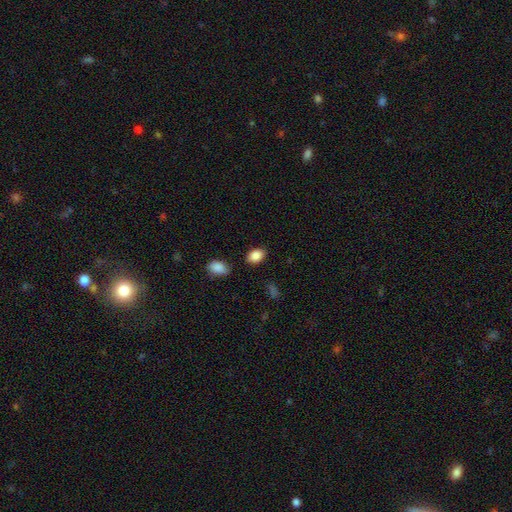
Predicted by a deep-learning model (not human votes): Smooth or featured?
  - smooth: 87% *
  - star or artifact: 8%
  - featured or disk: 5%
How rounded?
  - in between: 81% *
  - round: 18%
  - cigar-shaped: 1%
Merging?
  - none: 83% *
  - minor disturbance: 11%
  - merger: 3%
  - major disturbance: 3%